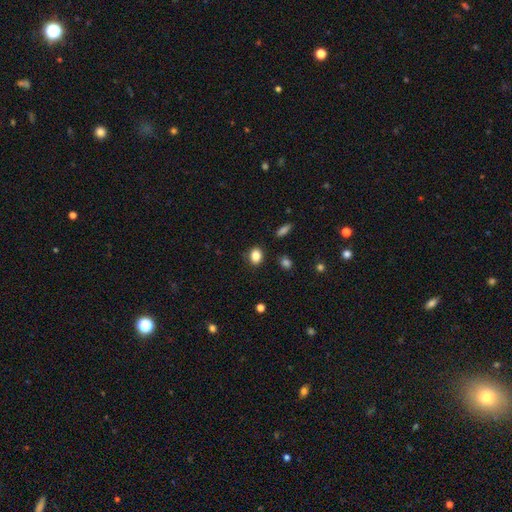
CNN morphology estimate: This appears to be a smooth galaxy with no disk features (86%) that is in between round and cigar-shaped (59%). Merging: none (85%).